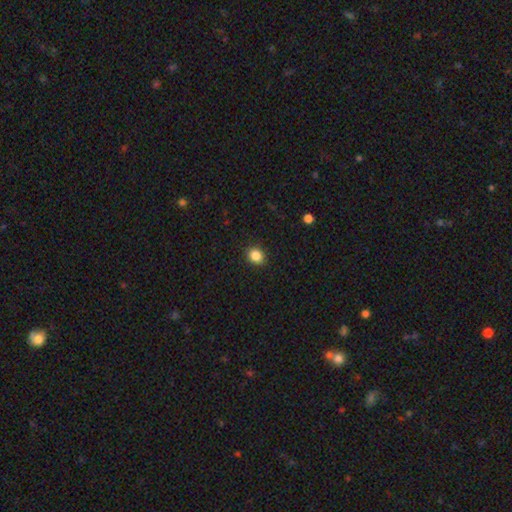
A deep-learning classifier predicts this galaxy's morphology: smooth-or-featured: smooth: 86% | star or artifact: 10% | featured or disk: 4%
  how-rounded: round: 65% | in between: 34% | cigar-shaped: 1%
  merging: none: 90% | minor disturbance: 7% | major disturbance: 2% | merger: 1%